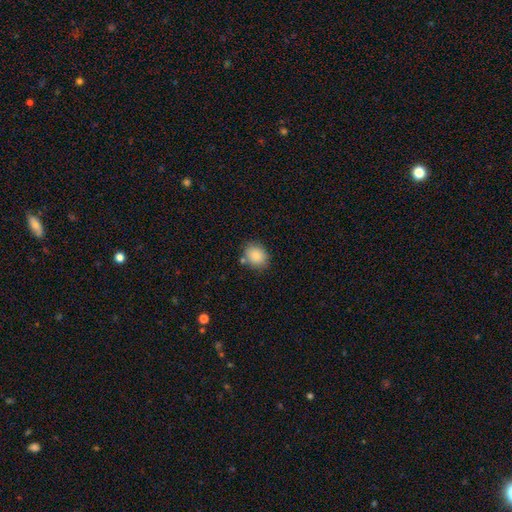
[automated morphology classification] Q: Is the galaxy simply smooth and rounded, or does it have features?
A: smooth — 87%.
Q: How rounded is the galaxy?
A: round — 53%.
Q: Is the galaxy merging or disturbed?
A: none — 77%.